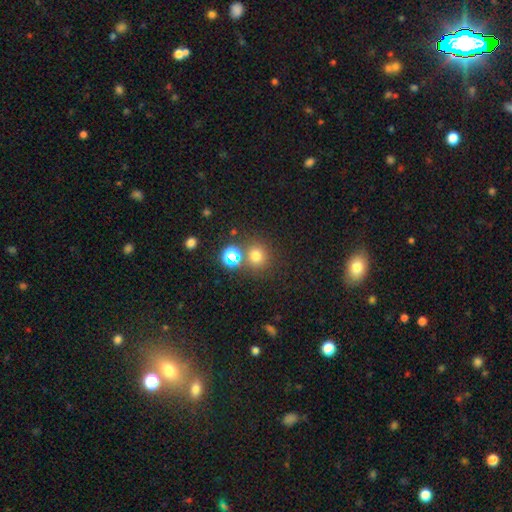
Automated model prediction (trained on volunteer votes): A smooth galaxy with no disk features (70%) that is round (89%). Merging: none (75%).